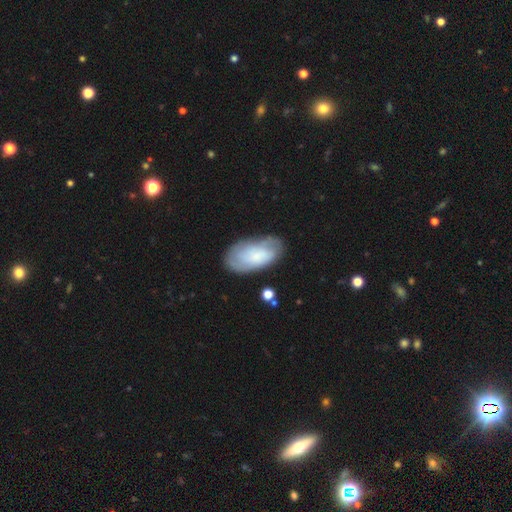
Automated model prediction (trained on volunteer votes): A smooth galaxy with no disk features (58%) that is in between round and cigar-shaped (93%).

Vote fractions:
- Smooth or featured? smooth: 58% / featured or disk: 35% / star or artifact: 7%
- How rounded? in between: 93% / round: 4% / cigar-shaped: 3%
- Merging? none: 68% / minor disturbance: 22% / major disturbance: 7% / merger: 3%